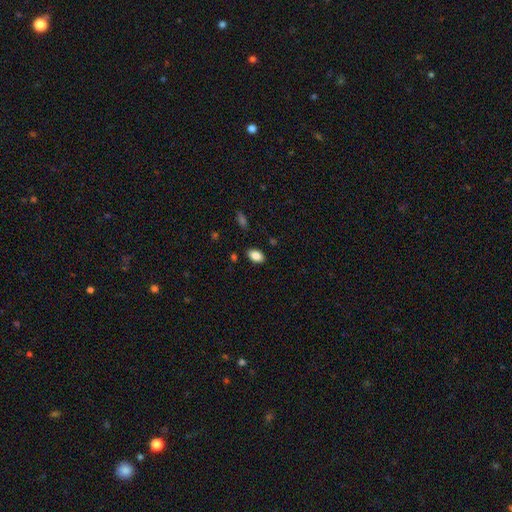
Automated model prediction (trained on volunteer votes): smooth-or-featured: smooth: 86% | star or artifact: 8% | featured or disk: 6%
  how-rounded: in between: 91% | round: 7% | cigar-shaped: 2%
  merging: none: 87% | minor disturbance: 10% | major disturbance: 2% | merger: 2%